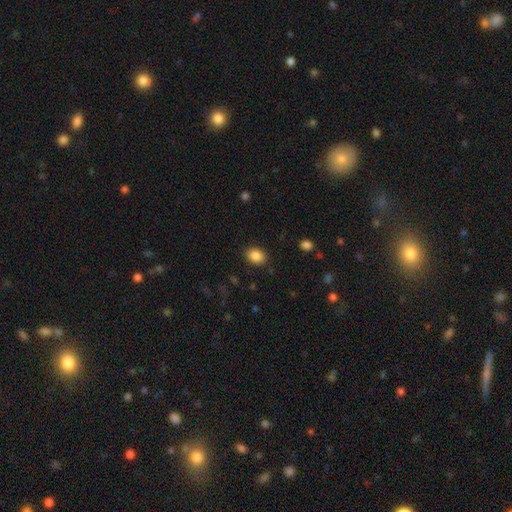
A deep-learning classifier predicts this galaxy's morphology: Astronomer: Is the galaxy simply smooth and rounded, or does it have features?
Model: smooth — 87%.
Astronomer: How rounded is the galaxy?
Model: in between — 66%.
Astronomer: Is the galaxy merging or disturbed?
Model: none — 86%.